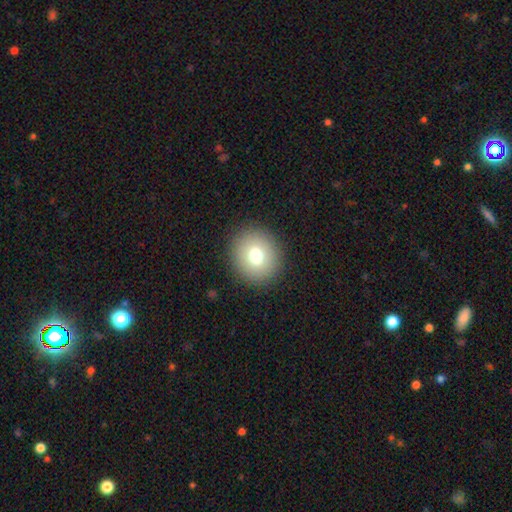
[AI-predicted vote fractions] smooth 74%, featured or disk 14%, star or artifact 11%. Down the decision tree: how rounded — round (85%); merging — none (90%).